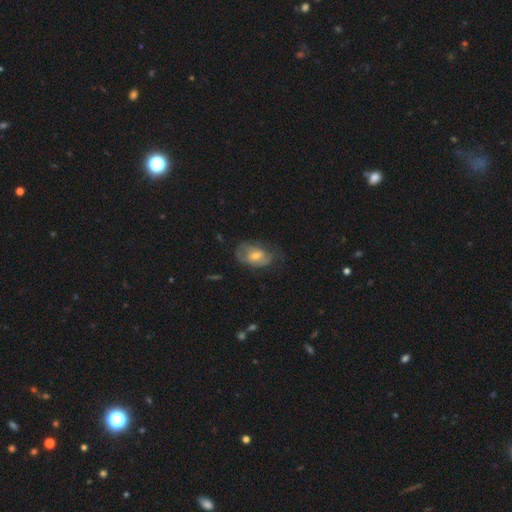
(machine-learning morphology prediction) smooth_or_featured: smooth (p=0.47) [alt: featured or disk p=0.46]
merging: none (p=0.48) [alt: minor disturbance p=0.31]